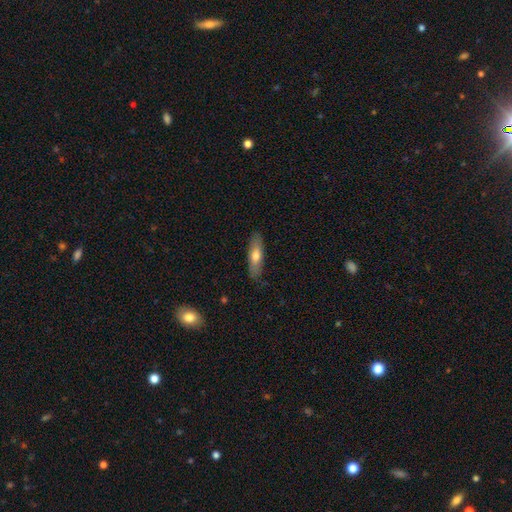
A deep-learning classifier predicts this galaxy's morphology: Smooth or featured? smooth (65%)
How rounded? cigar-shaped (49%)
Merging? none (84%)